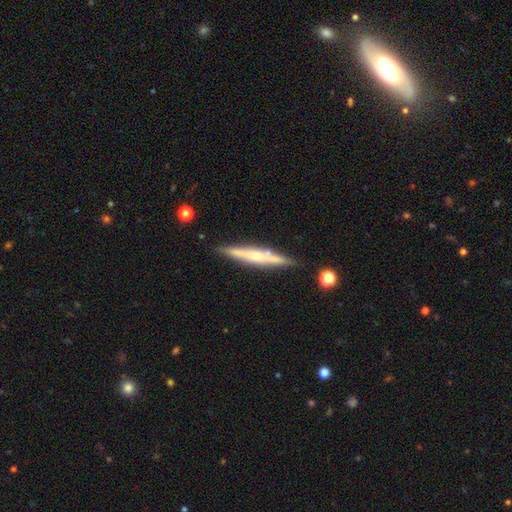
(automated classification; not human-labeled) Smooth or featured?
  - featured or disk: 65% *
  - smooth: 29%
  - star or artifact: 6%
Edge-on disk?
  - yes: 96% *
  - no: 4%
Edge-on bulge?
  - rounded: 64% *
  - none: 23%
  - boxy: 13%
Merging?
  - none: 83% *
  - minor disturbance: 11%
  - merger: 4%
  - major disturbance: 2%